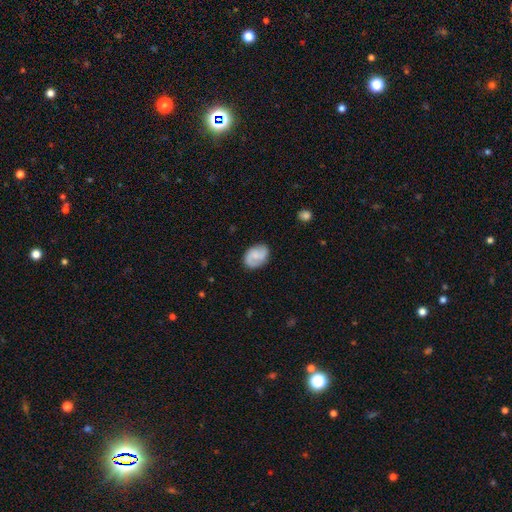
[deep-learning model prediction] Smooth or featured: featured or disk — 54% (smooth — 39%)
Edge-on disk: no — 97% (yes — 3%)
Bar: no — 58% (weak — 36%)
Spiral arms: yes — 92% (no — 8%)
Bulge size: small — 41% (none — 31%)
Merging: none — 78% (minor disturbance — 16%)